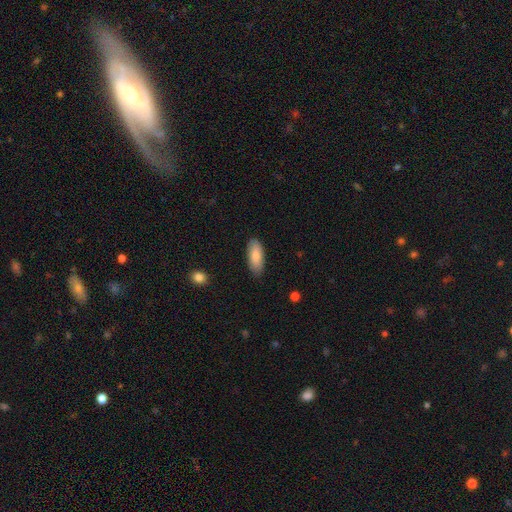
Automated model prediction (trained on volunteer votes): A smooth galaxy with no disk features (84%) that is in between round and cigar-shaped (83%).

Vote fractions:
- Smooth or featured? smooth: 84% / featured or disk: 10% / star or artifact: 6%
- How rounded? in between: 83% / cigar-shaped: 16% / round: 2%
- Merging? none: 85% / minor disturbance: 11% / major disturbance: 2% / merger: 1%